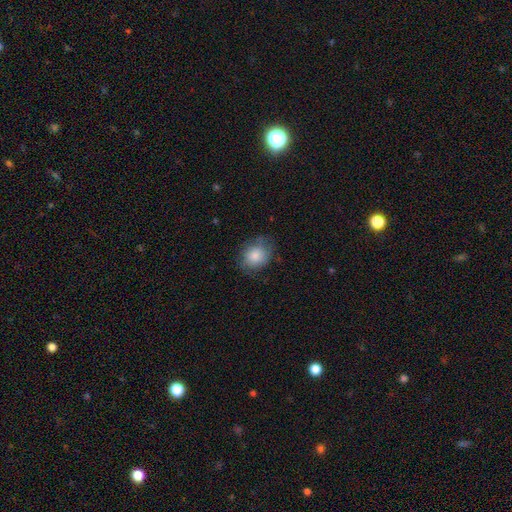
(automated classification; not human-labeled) This is clearly a smooth galaxy (80%). How rounded: likely round (65%). Merging: likely none (67%).